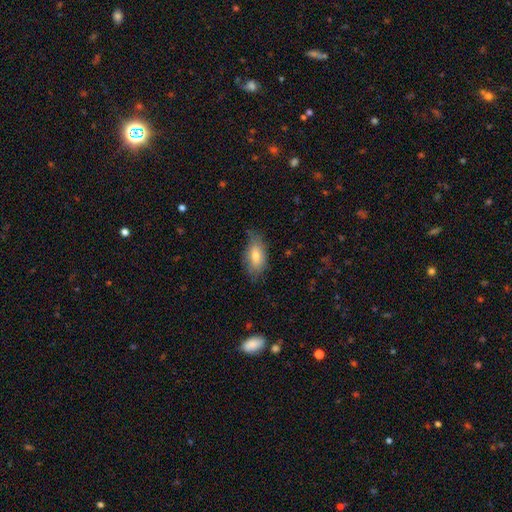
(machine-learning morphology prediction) This appears to be a smooth galaxy with no disk features (69%) that is in between round and cigar-shaped (86%). Merging: none (64%).